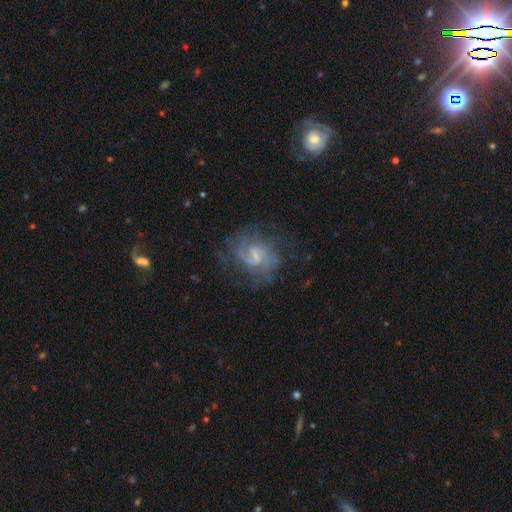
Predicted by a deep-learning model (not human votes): This is clearly a featured or disk galaxy (81%). It is clearly not viewed edge-on (97%). Bar: likely weak (60%). Spiral arm pattern: clearly yes (92%). Spiral arm count: possibly 2 (53%). Spiral winding: possibly medium (46%). Central bulge: possibly small (54%). Merging: likely none (66%).